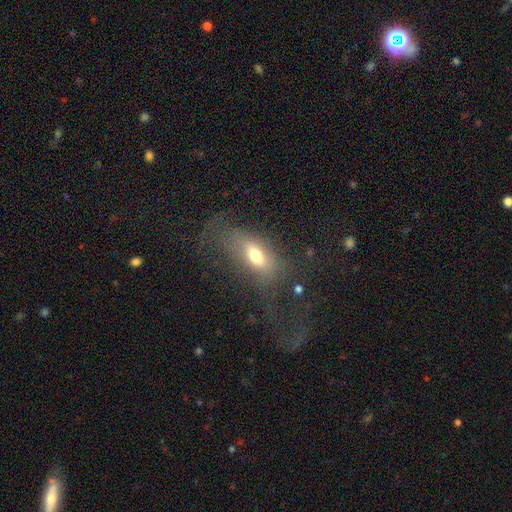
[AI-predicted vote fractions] Morphology: type=smooth (62%); roundness=in between (78%); merging=none (44%).